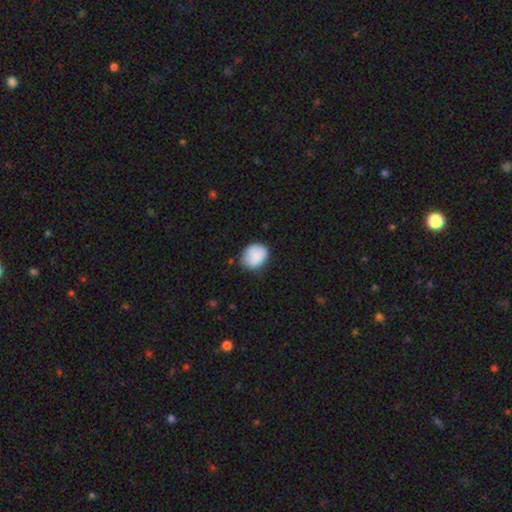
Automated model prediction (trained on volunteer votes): Q: Smooth or featured?
A: smooth (84%); runner-up: featured or disk (9%)
Q: How rounded?
A: round (52%); runner-up: in between (47%)
Q: Merging?
A: none (69%); runner-up: minor disturbance (24%)